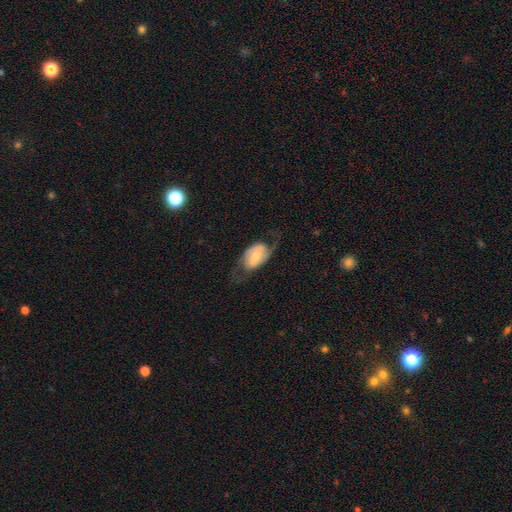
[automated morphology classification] type=featured or disk (68%); edge-on=no (94%); bar=no (44%); spiral arms=yes (86%); winding=loose (47%); arm count=2 (87%); bulge=moderate (52%); merging=none (61%).